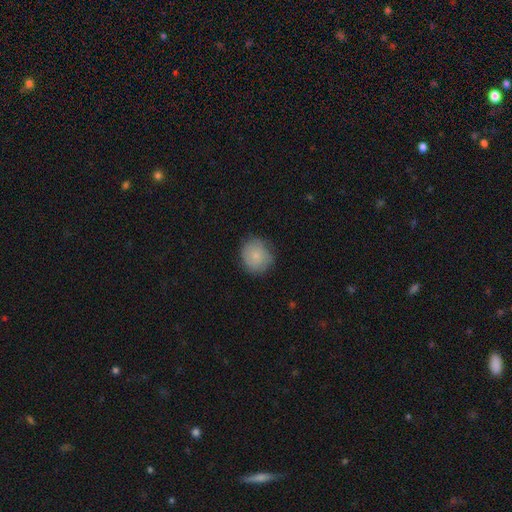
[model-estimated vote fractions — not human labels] A smooth galaxy with no disk features (80%) that is round (85%). Merging: none (74%).